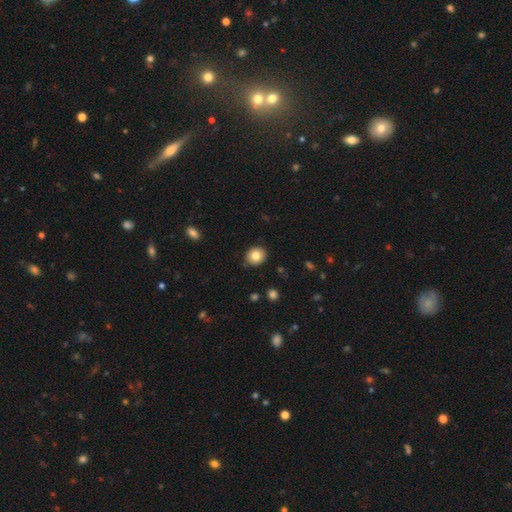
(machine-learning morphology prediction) smooth-or-featured: smooth: 81% | featured or disk: 9% | star or artifact: 9%
  how-rounded: round: 75% | in between: 24% | cigar-shaped: 1%
  merging: none: 88% | minor disturbance: 9% | major disturbance: 2% | merger: 1%